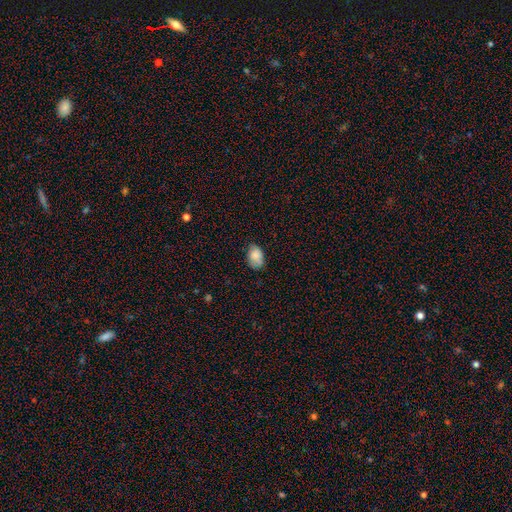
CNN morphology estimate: Smooth or featured? smooth (84%)
How rounded? in between (85%)
Merging? none (68%)